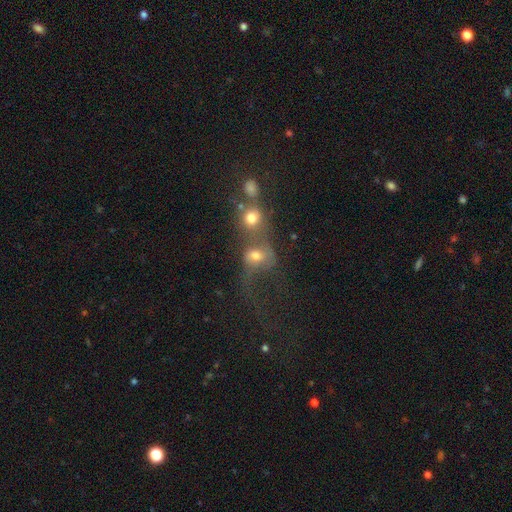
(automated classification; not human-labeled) smooth 57%, featured or disk 26%, star or artifact 16%. Down the decision tree: how rounded — round (60%); merging — merger (63%).